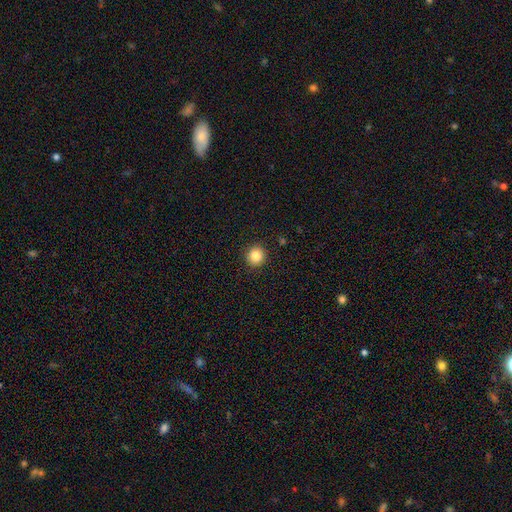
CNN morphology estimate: Q: Smooth or featured?
A: smooth (84%); runner-up: star or artifact (11%)
Q: How rounded?
A: round (93%); runner-up: in between (6%)
Q: Merging?
A: none (92%); runner-up: minor disturbance (5%)